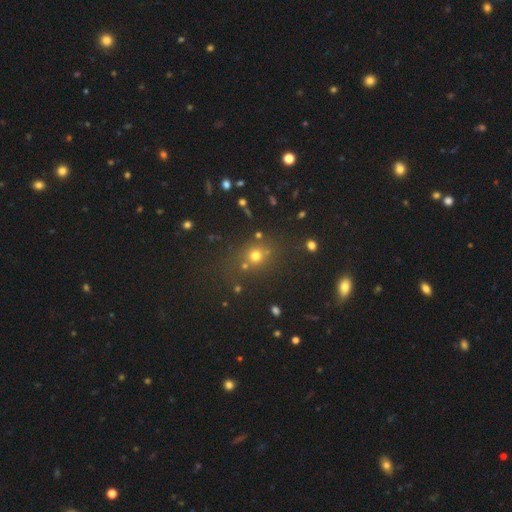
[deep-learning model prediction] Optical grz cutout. It shows a smooth galaxy with no disk features (67%) that is round (78%). Merging: none (71%).